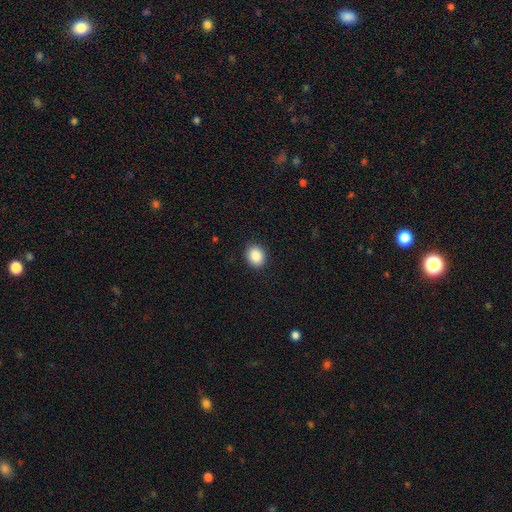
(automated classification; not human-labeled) The model was most divided on "how rounded": round: 60%, in between: 39%, cigar-shaped: 1%. More confident: merging — none (90%); smooth or featured — smooth (88%).